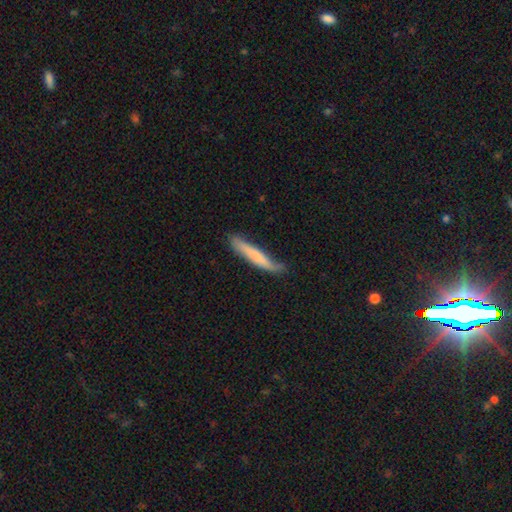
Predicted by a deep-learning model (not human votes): Morphology: type=smooth (68%); roundness=cigar-shaped (93%); merging=none (61%).